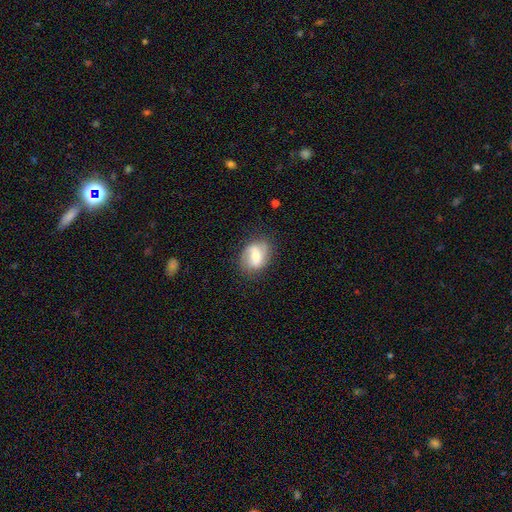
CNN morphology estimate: This is possibly a featured or disk galaxy (49%). Merging: likely none (73%).